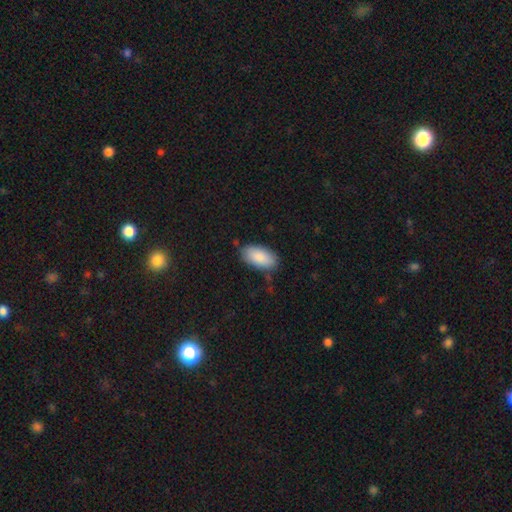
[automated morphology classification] Smooth or featured: smooth — 88% (star or artifact — 7%)
How rounded: in between — 94% (cigar-shaped — 4%)
Merging: none — 80% (minor disturbance — 15%)